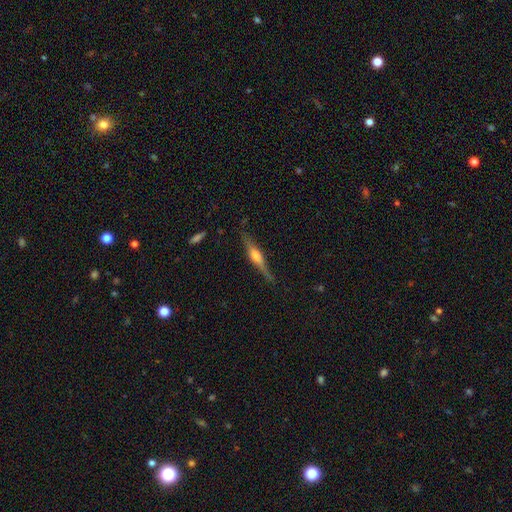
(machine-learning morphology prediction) The model was most divided on "smooth or featured": featured or disk: 72%, smooth: 21%, star or artifact: 6%. More confident: edge-on disk — yes (97%); merging — none (83%); edge-on bulge — rounded (80%).